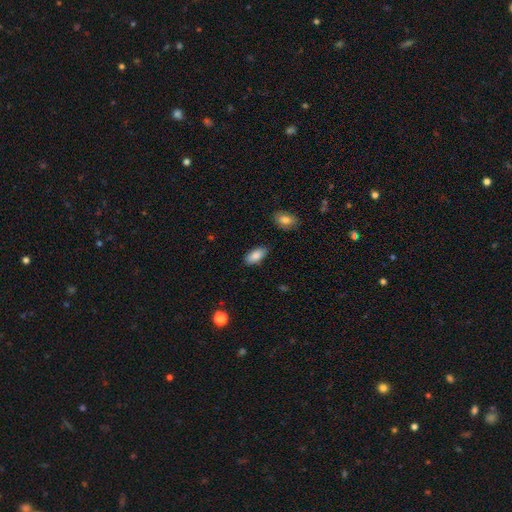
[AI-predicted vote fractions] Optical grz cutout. It shows a smooth galaxy with no disk features (87%) that is in between round and cigar-shaped (90%). Merging: none (86%).